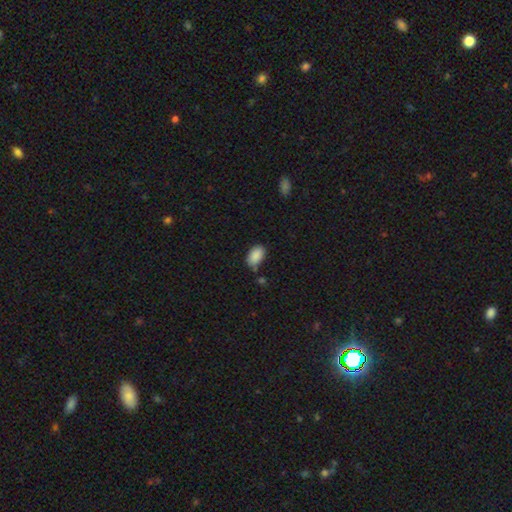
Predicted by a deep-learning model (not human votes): smooth 89%, star or artifact 7%, featured or disk 4%. Down the decision tree: how rounded — in between (92%); merging — none (72%).